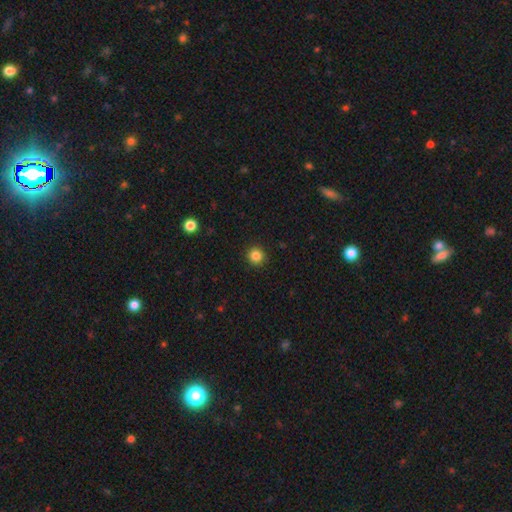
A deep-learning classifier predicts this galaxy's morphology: smooth_or_featured: smooth (p=0.85) [alt: star or artifact p=0.11]
how_rounded: round (p=0.92) [alt: in between p=0.07]
merging: none (p=0.92) [alt: minor disturbance p=0.05]